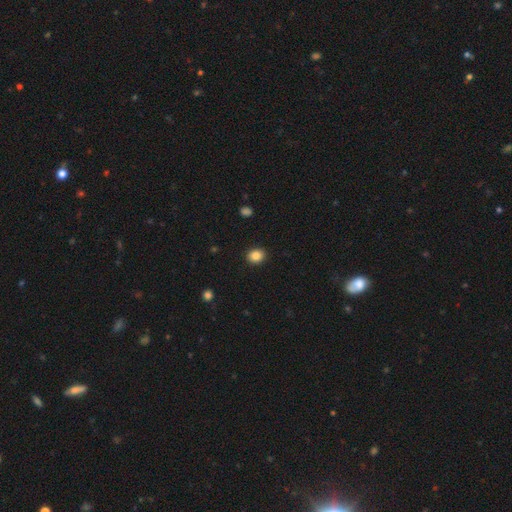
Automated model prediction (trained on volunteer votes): This is clearly a smooth galaxy (87%). How rounded: possibly round (59%). Merging: clearly none (91%).